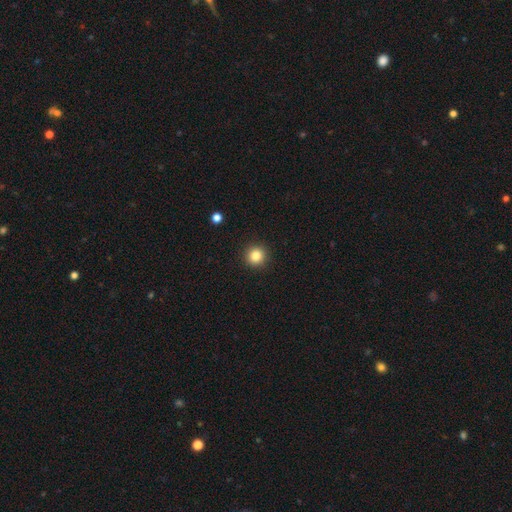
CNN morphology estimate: Smooth or featured? smooth (84%)
How rounded? round (94%)
Merging? none (92%)